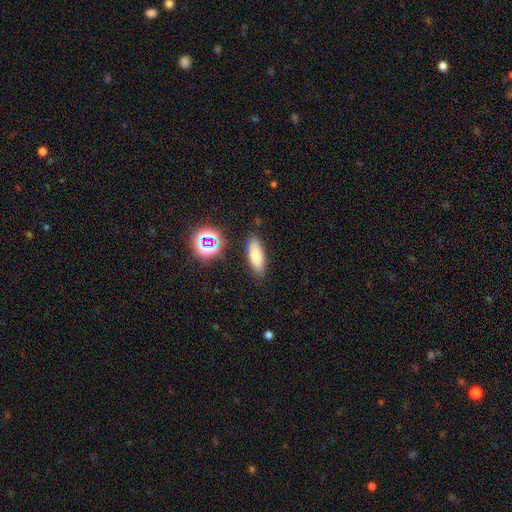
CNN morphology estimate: type=smooth (75%); roundness=in between (60%); merging=none (82%).